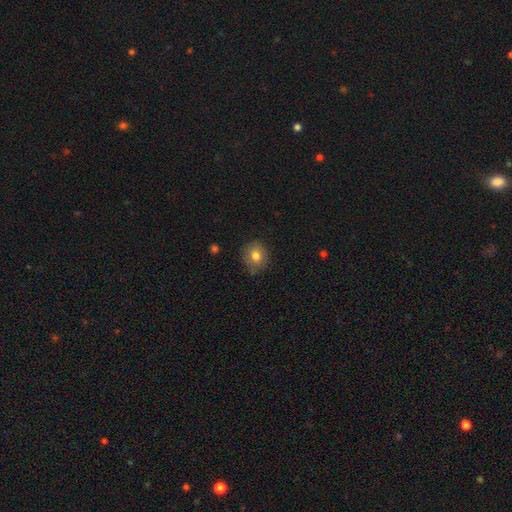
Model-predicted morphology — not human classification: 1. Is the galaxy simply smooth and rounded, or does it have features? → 79% smooth, 12% featured or disk, 9% star or artifact.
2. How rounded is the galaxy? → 78% round, 21% in between, 1% cigar-shaped.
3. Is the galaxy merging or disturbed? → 80% none, 15% minor disturbance, 3% major disturbance, 2% merger.